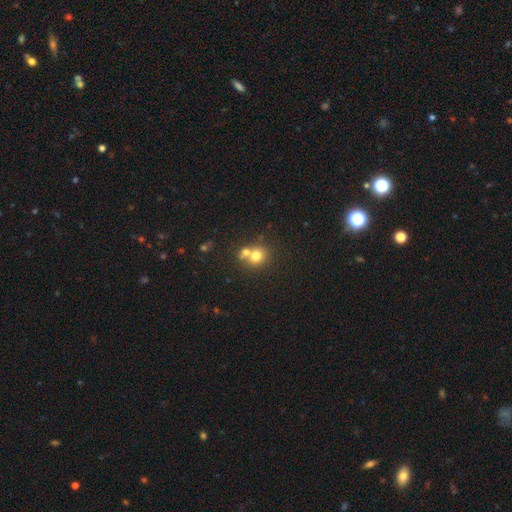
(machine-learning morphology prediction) Smooth or featured?
  - smooth: 73% *
  - star or artifact: 14%
  - featured or disk: 13%
How rounded?
  - round: 81% *
  - in between: 19%
  - cigar-shaped: 1%
Merging?
  - none: 46% *
  - merger: 43%
  - minor disturbance: 7%
  - major disturbance: 3%